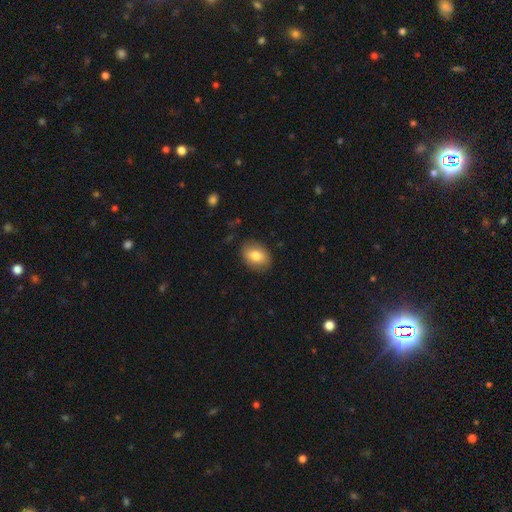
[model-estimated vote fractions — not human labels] The model was most divided on "how rounded": in between: 72%, round: 27%, cigar-shaped: 1%. More confident: merging — none (85%); smooth or featured — smooth (78%).